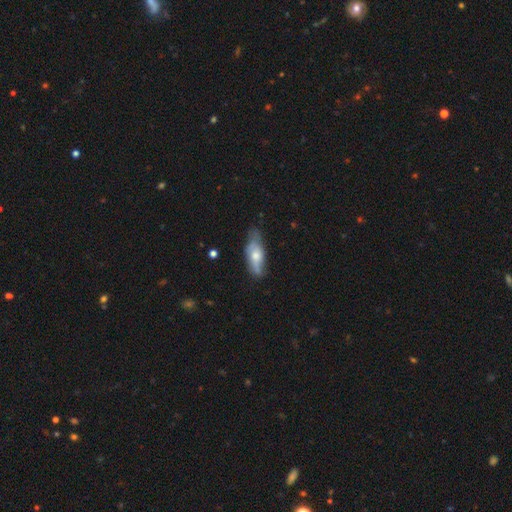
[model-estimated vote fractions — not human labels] smooth 54%, featured or disk 40%, star or artifact 6%. Down the decision tree: how rounded — in between (69%); merging — none (54%).